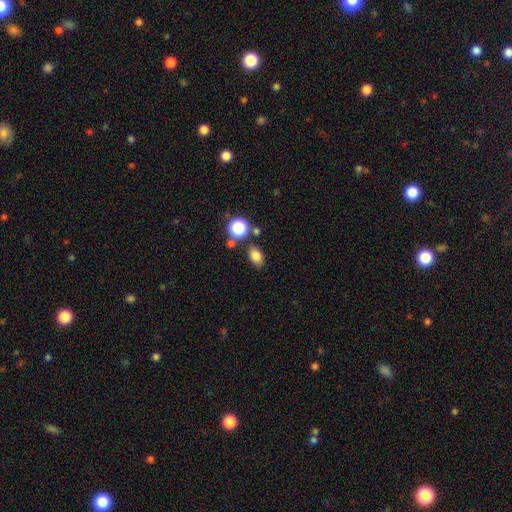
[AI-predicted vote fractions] Smooth or featured? smooth (81%)
How rounded? in between (78%)
Merging? none (77%)